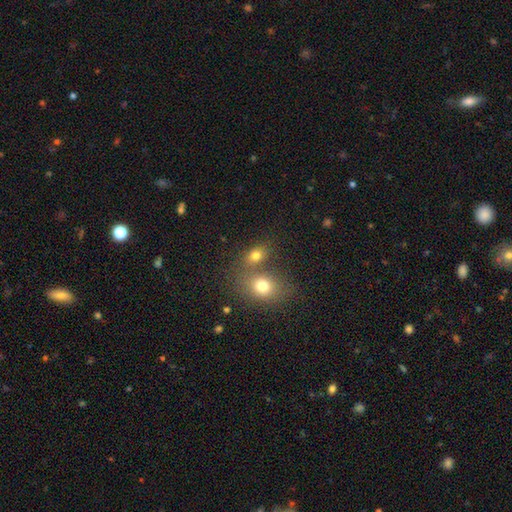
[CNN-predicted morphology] A smooth galaxy with no disk features (76%) that is in between round and cigar-shaped (58%). Merging: none (45%).